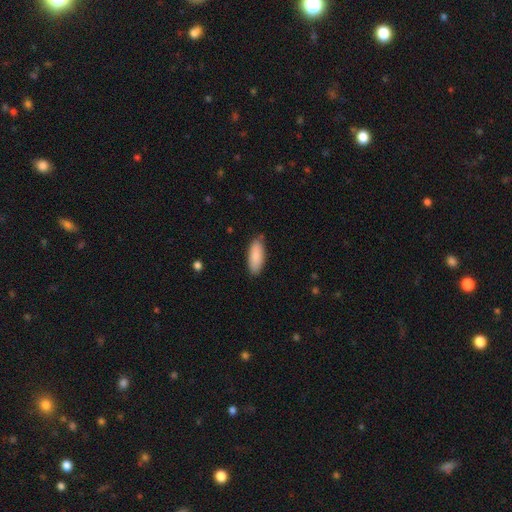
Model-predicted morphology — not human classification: type=smooth (89%); roundness=in between (76%); merging=none (84%).